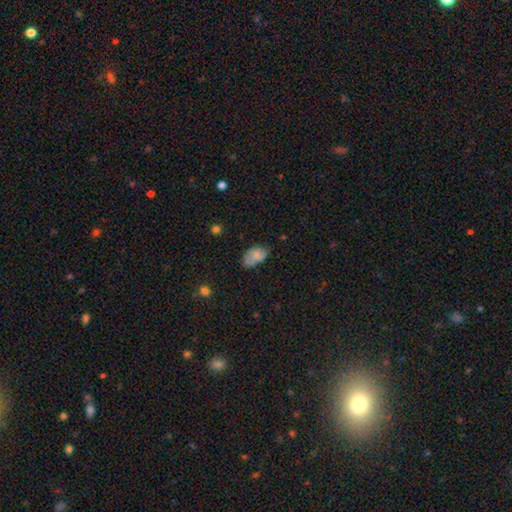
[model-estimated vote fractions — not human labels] A smooth galaxy with no disk features (75%) that is in between round and cigar-shaped (92%).

Vote fractions:
- Smooth or featured? smooth: 75% / featured or disk: 16% / star or artifact: 9%
- How rounded? in between: 92% / round: 7% / cigar-shaped: 2%
- Merging? none: 53% / minor disturbance: 33% / major disturbance: 10% / merger: 4%